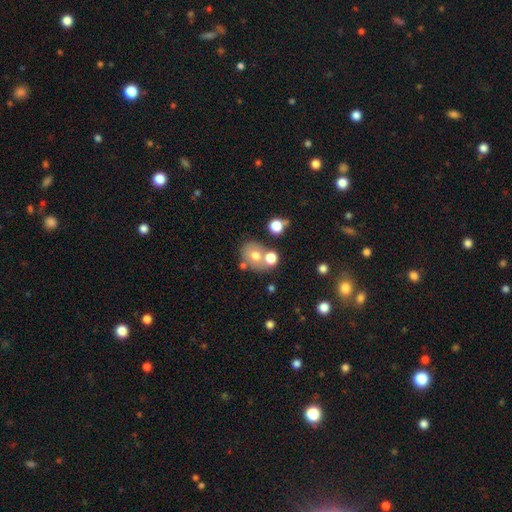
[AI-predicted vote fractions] Smooth or featured? Predicted: smooth (p=0.67). How rounded? Predicted: round (p=0.68). Merging? Predicted: none (p=0.49).